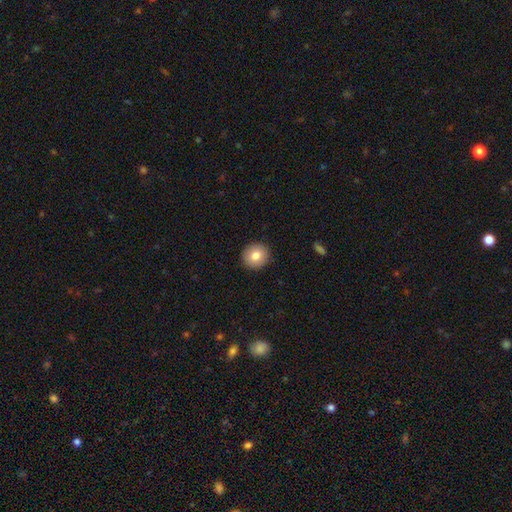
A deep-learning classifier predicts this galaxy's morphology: type=smooth (81%); roundness=round (90%); merging=none (92%).